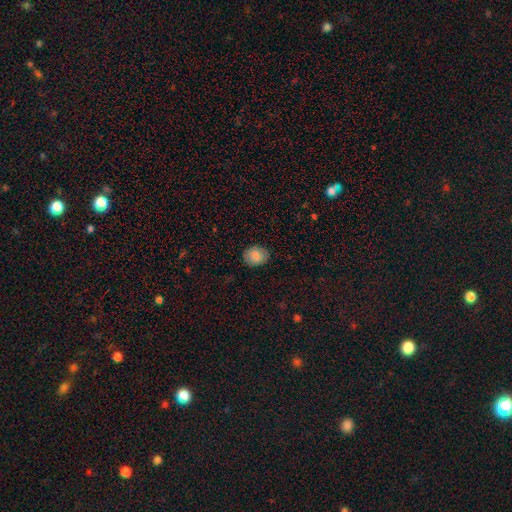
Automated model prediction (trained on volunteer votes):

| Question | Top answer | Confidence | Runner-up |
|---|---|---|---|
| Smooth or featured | smooth | 85% | star or artifact (8%) |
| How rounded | round | 55% | in between (44%) |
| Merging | none | 84% | minor disturbance (12%) |